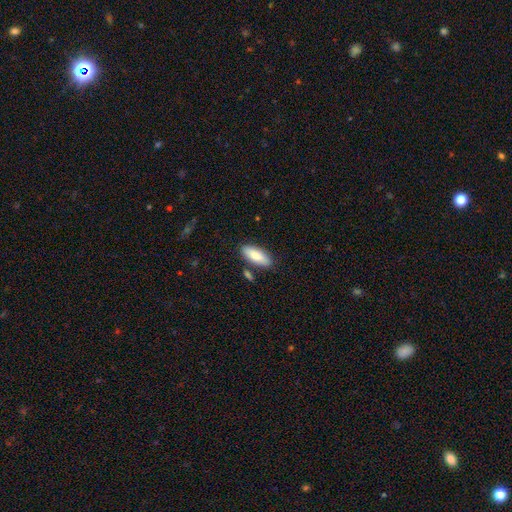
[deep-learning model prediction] Smooth or featured? smooth (83%)
How rounded? in between (80%)
Merging? none (81%)